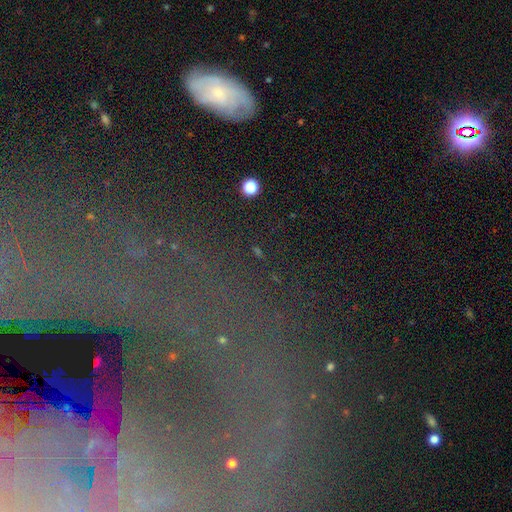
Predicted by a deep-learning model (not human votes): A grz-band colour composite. It shows a featured or disk galaxy (43%). Merging: none (77%).